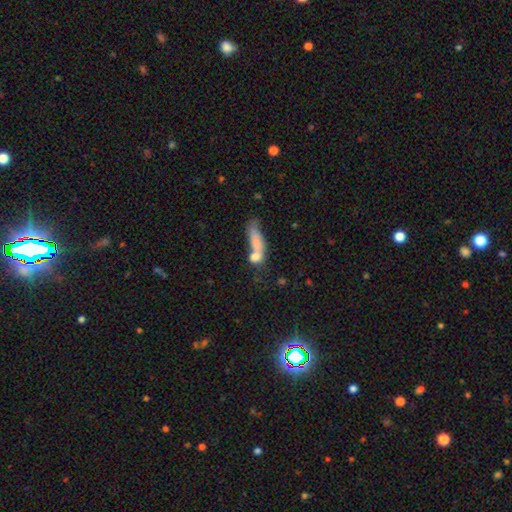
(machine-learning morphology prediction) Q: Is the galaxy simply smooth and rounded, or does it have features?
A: smooth — 70%.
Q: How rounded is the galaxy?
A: in between — 48%.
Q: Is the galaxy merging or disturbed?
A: merger — 48%.